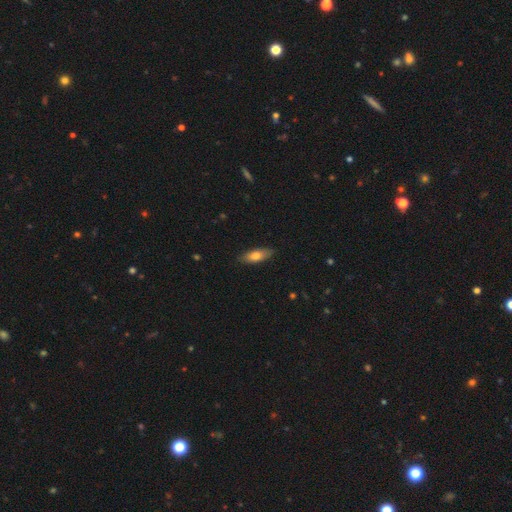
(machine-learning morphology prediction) type=smooth (74%); roundness=in between (67%); merging=none (86%).